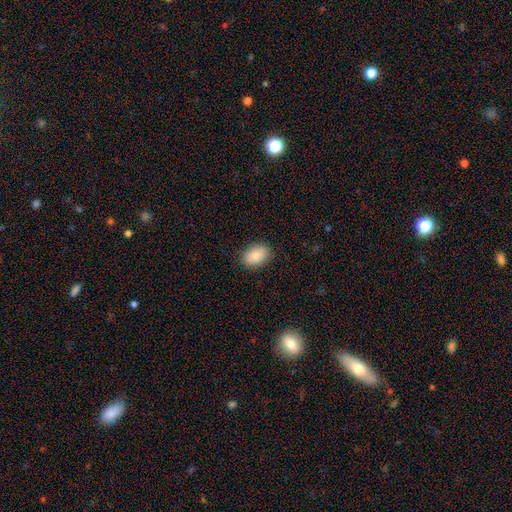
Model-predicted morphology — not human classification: Q: Smooth or featured?
A: smooth (85%); runner-up: featured or disk (8%)
Q: How rounded?
A: in between (84%); runner-up: round (15%)
Q: Merging?
A: none (88%); runner-up: minor disturbance (9%)